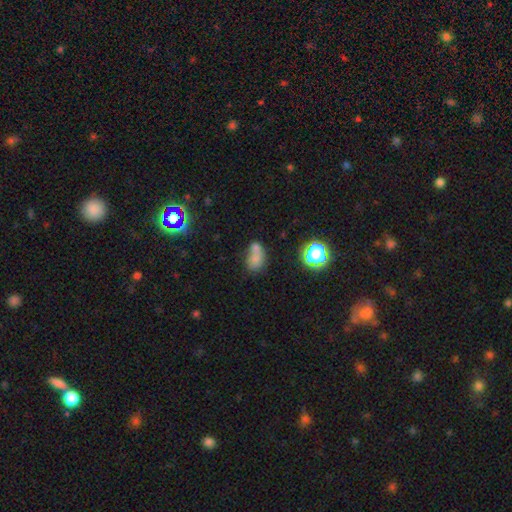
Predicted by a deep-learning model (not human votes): smooth 65%, star or artifact 18%, featured or disk 17%. Down the decision tree: how rounded — in between (65%); merging — merger (52%).